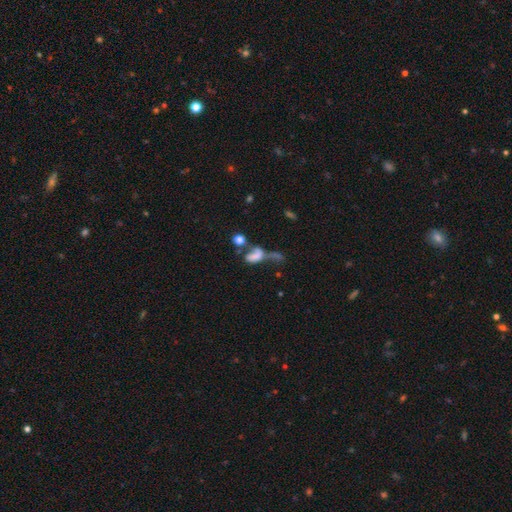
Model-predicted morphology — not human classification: This is possibly a smooth galaxy (52%). How rounded: likely in between (76%). Merging: marginally merger (43%).